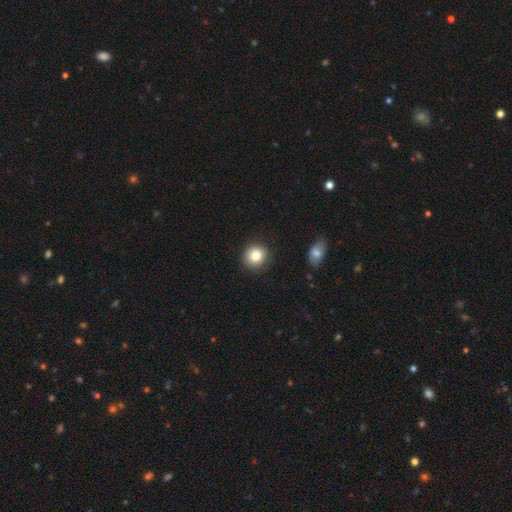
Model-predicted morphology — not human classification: Smooth or featured?
  - smooth: 82% *
  - star or artifact: 10%
  - featured or disk: 8%
How rounded?
  - round: 87% *
  - in between: 12%
  - cigar-shaped: 1%
Merging?
  - none: 87% *
  - minor disturbance: 9%
  - major disturbance: 2%
  - merger: 2%